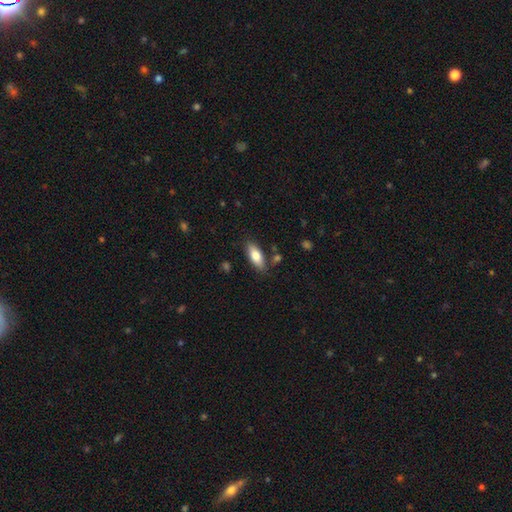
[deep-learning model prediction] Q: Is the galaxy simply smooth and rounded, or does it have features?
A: smooth — 78%.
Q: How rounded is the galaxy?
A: in between — 77%.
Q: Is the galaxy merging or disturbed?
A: none — 80%.